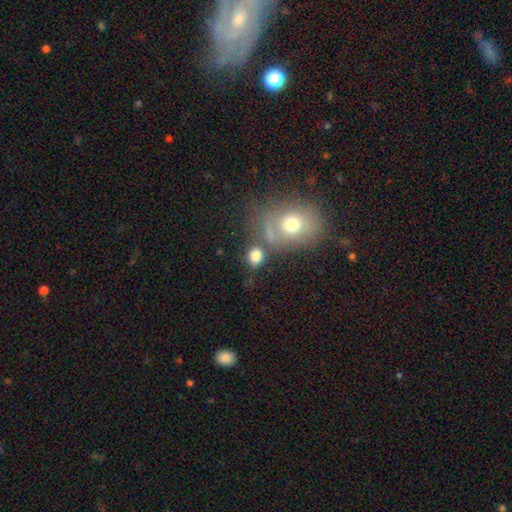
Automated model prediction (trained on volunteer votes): Morphology: type=smooth (79%); roundness=round (56%); merging=none (58%).